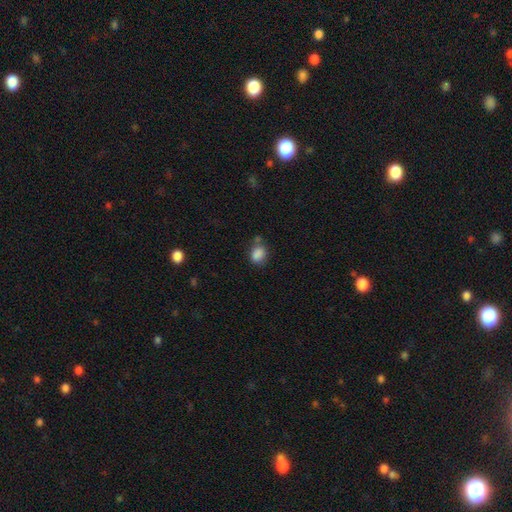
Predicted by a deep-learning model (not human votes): This appears to be a smooth galaxy with no disk features (84%) that is in between round and cigar-shaped (58%). Merging: none (55%).